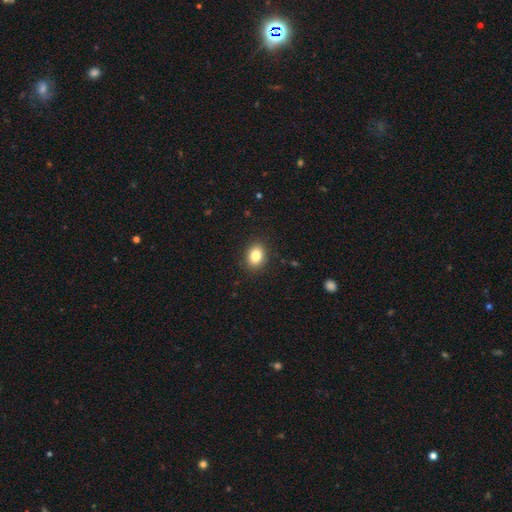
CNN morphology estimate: Smooth or featured?
  - smooth: 83% *
  - star or artifact: 10%
  - featured or disk: 7%
How rounded?
  - in between: 61% *
  - round: 38%
  - cigar-shaped: 1%
Merging?
  - none: 88% *
  - minor disturbance: 8%
  - major disturbance: 2%
  - merger: 1%